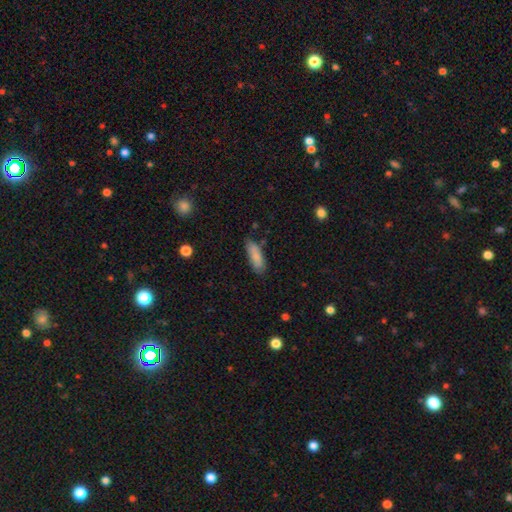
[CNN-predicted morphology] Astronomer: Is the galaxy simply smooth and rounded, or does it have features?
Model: smooth — 85%.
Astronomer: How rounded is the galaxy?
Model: in between — 60% (runner-up: cigar-shaped, 39%).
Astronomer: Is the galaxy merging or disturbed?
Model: none — 74%.